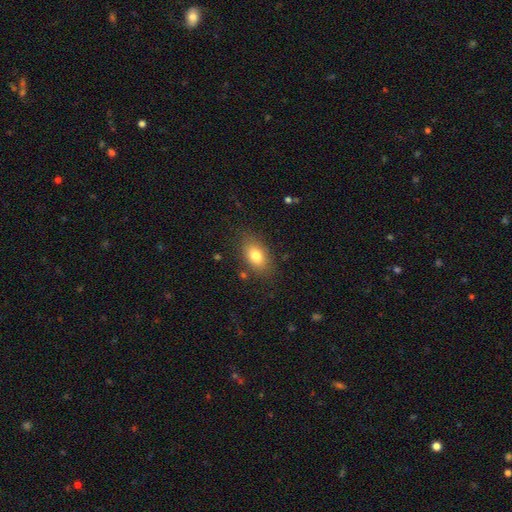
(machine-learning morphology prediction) Overall: smooth (79%). How rounded: in between (87%). Merging: none (82%).